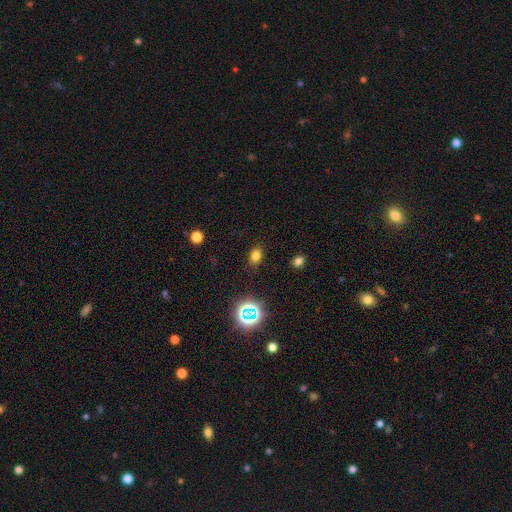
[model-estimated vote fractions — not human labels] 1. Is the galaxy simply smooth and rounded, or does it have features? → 73% smooth, 20% star or artifact, 7% featured or disk.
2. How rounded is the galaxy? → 72% in between, 27% round, 1% cigar-shaped.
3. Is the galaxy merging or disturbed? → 86% none, 9% minor disturbance, 3% major disturbance, 1% merger.